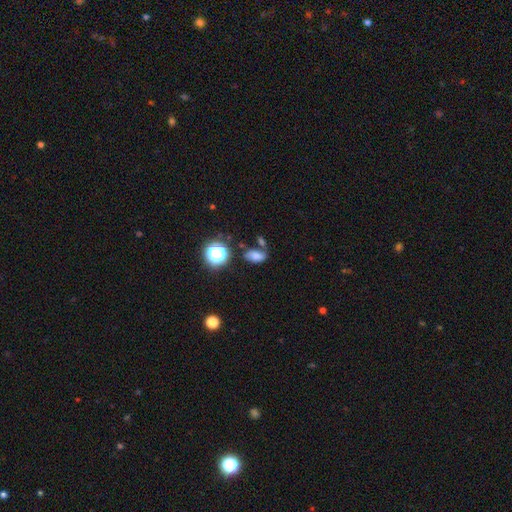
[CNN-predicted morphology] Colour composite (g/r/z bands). It shows a smooth galaxy with no disk features (71%) that is in between round and cigar-shaped (83%). Merging: none (57%).